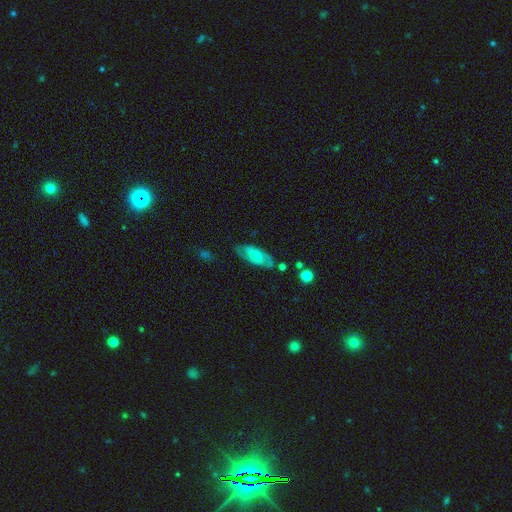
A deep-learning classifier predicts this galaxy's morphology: Smooth or featured? Predicted: featured or disk (p=0.63). Edge-on disk? Predicted: no (p=0.91). Bar? Predicted: no (p=0.50). Spiral arms? Predicted: yes (p=0.87). Bulge size? Predicted: small (p=0.50). Merging? Predicted: none (p=0.76).